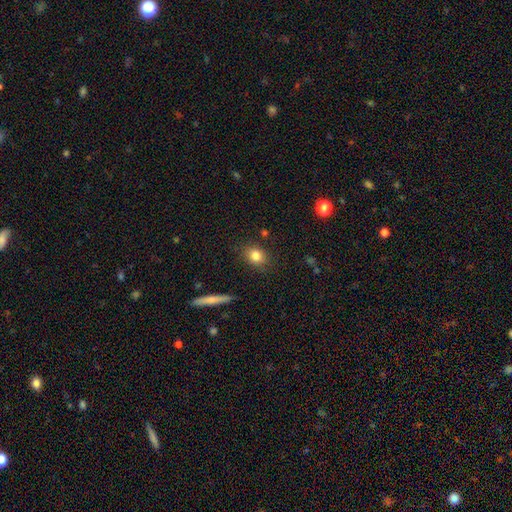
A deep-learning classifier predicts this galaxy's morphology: smooth_or_featured: smooth (p=0.82) [alt: star or artifact p=0.10]
how_rounded: round (p=0.55) [alt: in between p=0.43]
merging: none (p=0.86) [alt: minor disturbance p=0.10]